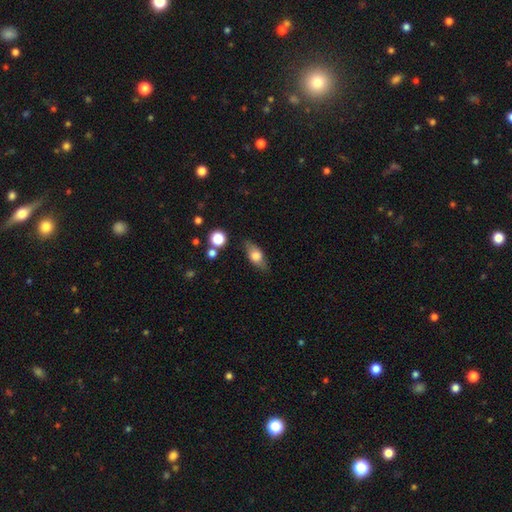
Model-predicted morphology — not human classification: The model was most divided on "smooth or featured": smooth: 66%, featured or disk: 26%, star or artifact: 8%. More confident: merging — none (79%); how rounded — in between (78%).